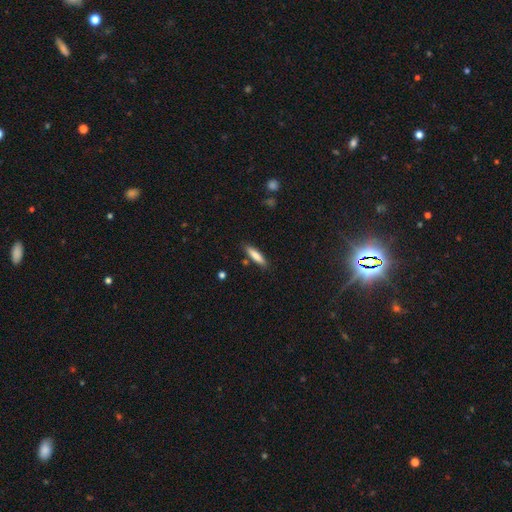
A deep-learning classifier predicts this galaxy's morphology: Q: Smooth or featured?
A: smooth (79%); runner-up: featured or disk (15%)
Q: How rounded?
A: cigar-shaped (76%); runner-up: in between (22%)
Q: Merging?
A: none (85%); runner-up: minor disturbance (10%)